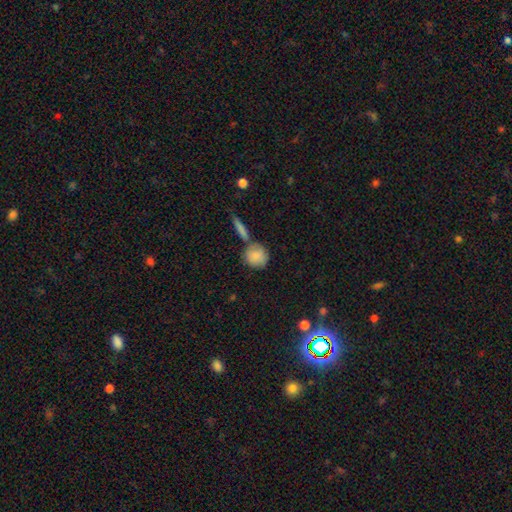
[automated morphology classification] smooth-or-featured: smooth: 85% | featured or disk: 9% | star or artifact: 6%
  how-rounded: round: 84% | in between: 14% | cigar-shaped: 3%
  merging: none: 59% | merger: 24% | minor disturbance: 12% | major disturbance: 4%